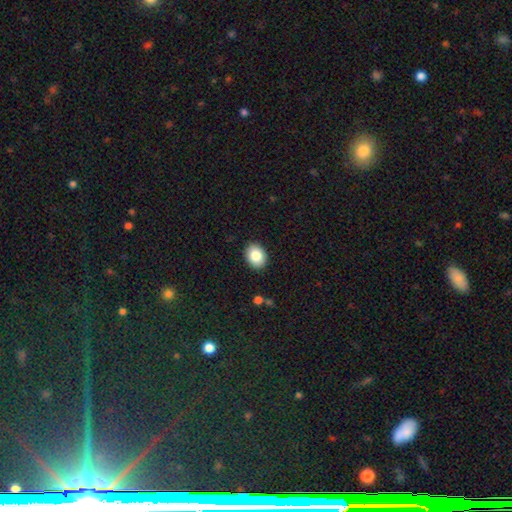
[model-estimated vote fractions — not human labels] The model was most divided on "how rounded": in between: 59%, round: 40%, cigar-shaped: 1%. More confident: merging — none (90%); smooth or featured — smooth (85%).